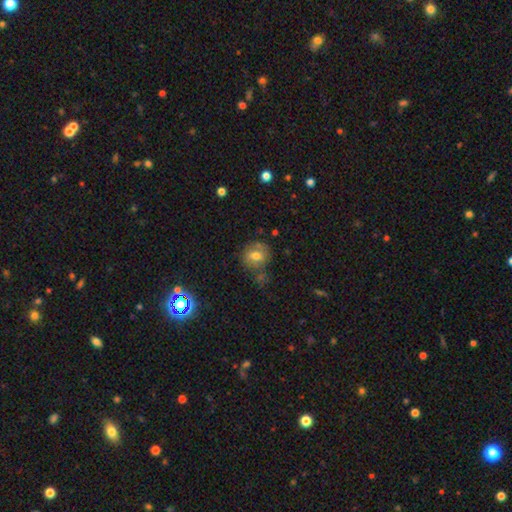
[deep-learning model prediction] Smooth or featured? Predicted: smooth (p=0.67). How rounded? Predicted: round (p=0.71). Merging? Predicted: none (p=0.62).